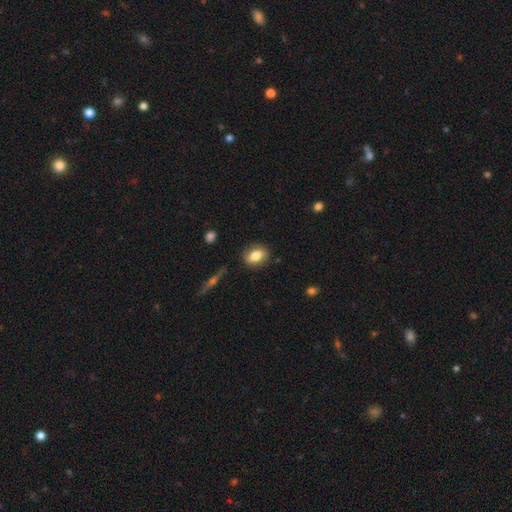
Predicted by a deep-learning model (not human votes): Q: Smooth or featured?
A: smooth (76%); runner-up: featured or disk (16%)
Q: How rounded?
A: in between (64%); runner-up: round (34%)
Q: Merging?
A: none (83%); runner-up: minor disturbance (12%)